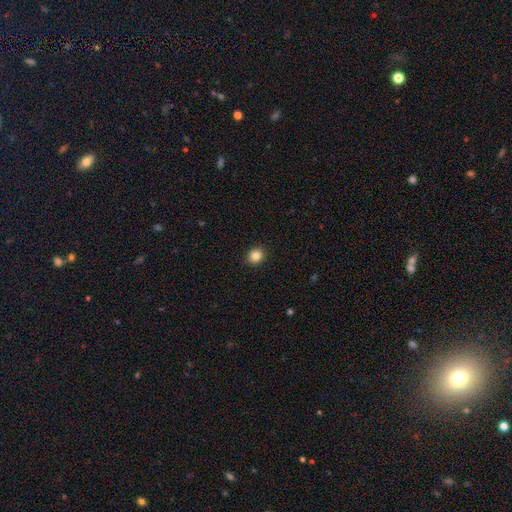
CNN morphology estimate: Q: Smooth or featured?
A: smooth (85%); runner-up: star or artifact (10%)
Q: How rounded?
A: round (79%); runner-up: in between (21%)
Q: Merging?
A: none (92%); runner-up: minor disturbance (6%)